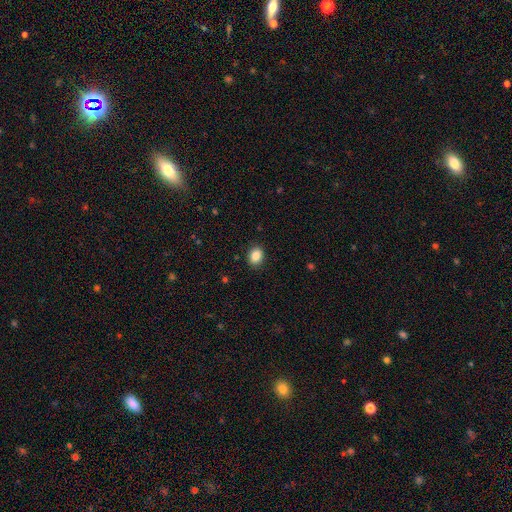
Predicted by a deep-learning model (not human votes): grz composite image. It shows a smooth galaxy with no disk features (86%) that is in between round and cigar-shaped (60%). Merging: none (89%).